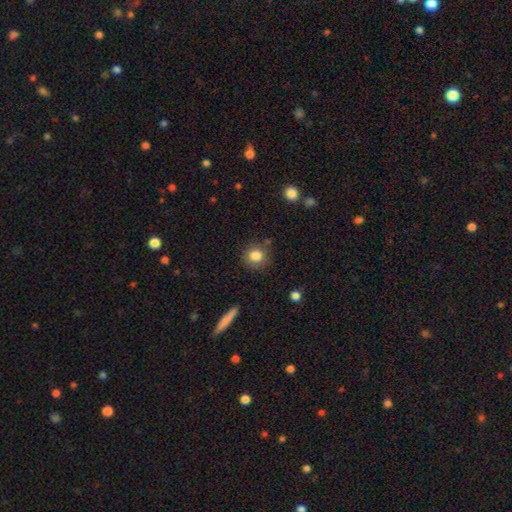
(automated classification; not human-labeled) smooth_or_featured: smooth (p=0.84) [alt: star or artifact p=0.10]
how_rounded: round (p=0.88) [alt: in between p=0.10]
merging: none (p=0.82) [alt: minor disturbance p=0.11]